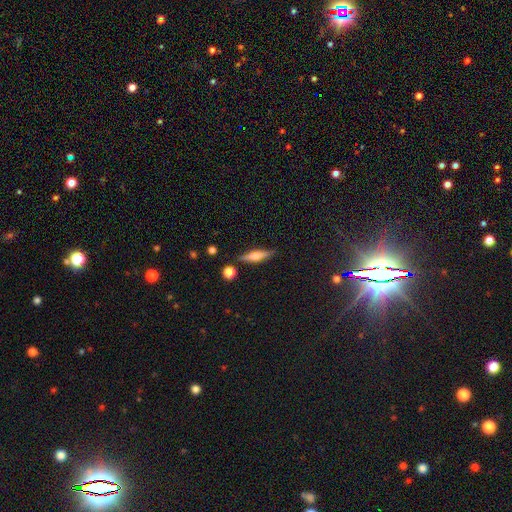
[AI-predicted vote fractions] Overall: featured or disk (52%; smooth 40%). Edge-on disk: yes (95%). Merging: none (85%).